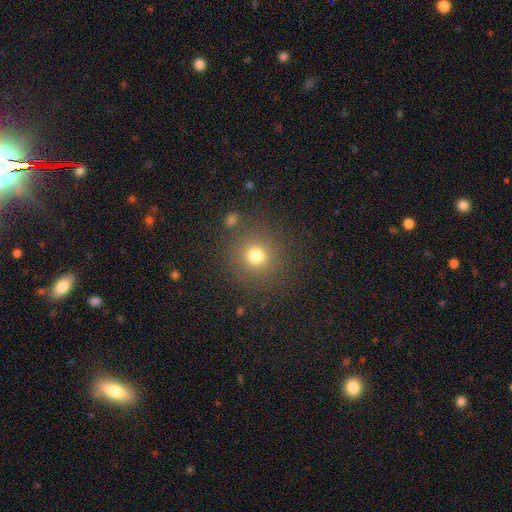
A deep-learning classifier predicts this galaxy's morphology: Smooth or featured: smooth — 74% (star or artifact — 18%)
How rounded: round — 92% (in between — 7%)
Merging: none — 85% (minor disturbance — 8%)